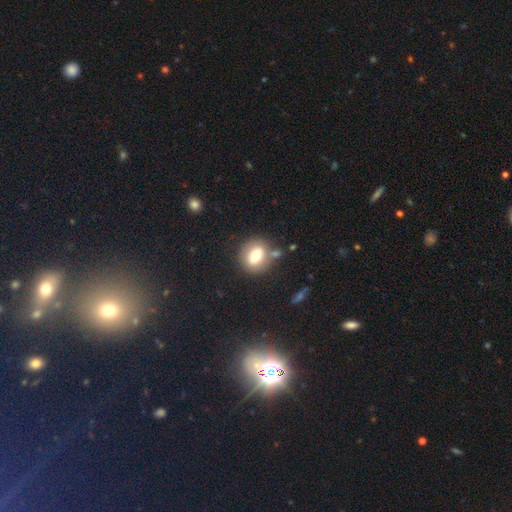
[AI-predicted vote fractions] A smooth galaxy with no disk features (70%) that is round (61%).

Vote fractions:
- Smooth or featured? smooth: 70% / featured or disk: 20% / star or artifact: 10%
- How rounded? round: 61% / in between: 37% / cigar-shaped: 2%
- Merging? none: 71% / minor disturbance: 13% / merger: 11% / major disturbance: 5%